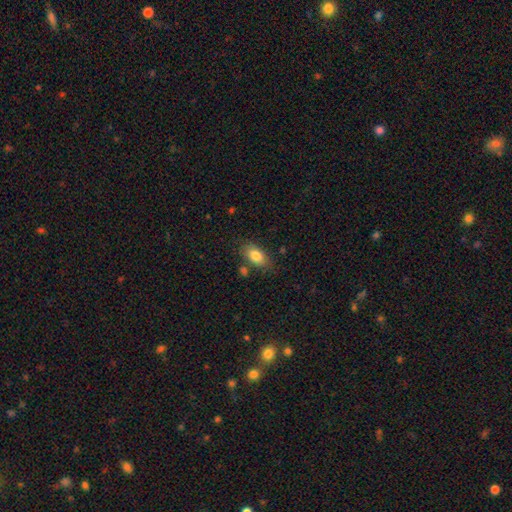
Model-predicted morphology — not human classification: smooth_or_featured: smooth (p=0.82) [alt: featured or disk p=0.10]
how_rounded: in between (p=0.89) [alt: round p=0.07]
merging: none (p=0.72) [alt: minor disturbance p=0.17]